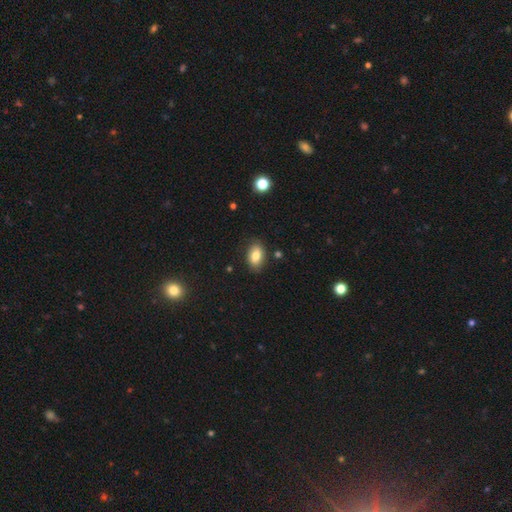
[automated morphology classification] Q: Smooth or featured?
A: smooth (79%); runner-up: featured or disk (12%)
Q: How rounded?
A: in between (87%); runner-up: round (11%)
Q: Merging?
A: none (82%); runner-up: minor disturbance (13%)